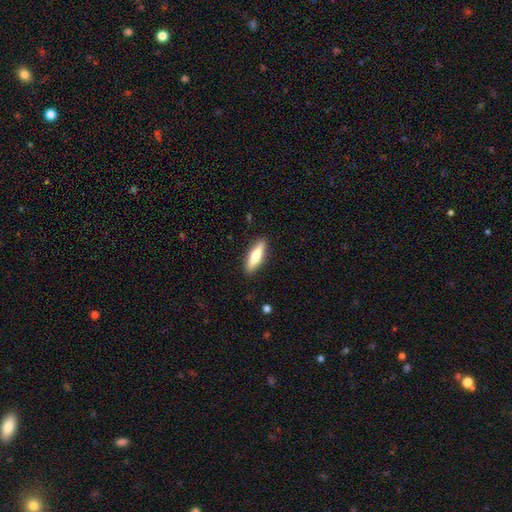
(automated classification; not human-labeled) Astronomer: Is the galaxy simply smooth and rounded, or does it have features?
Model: smooth — 56% (runner-up: featured or disk, 39%).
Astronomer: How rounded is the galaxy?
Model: cigar-shaped — 60% (runner-up: in between, 38%).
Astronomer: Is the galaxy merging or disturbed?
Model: none — 89%.